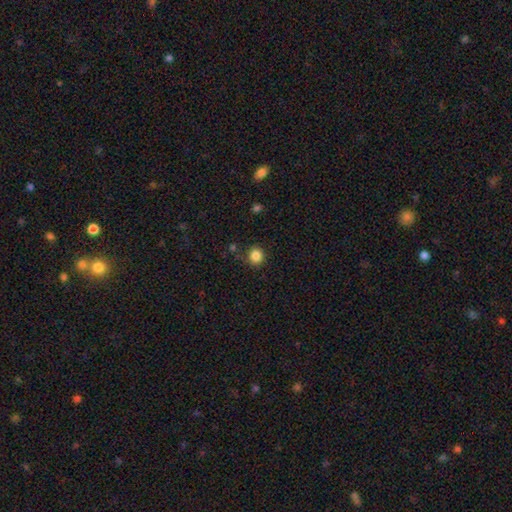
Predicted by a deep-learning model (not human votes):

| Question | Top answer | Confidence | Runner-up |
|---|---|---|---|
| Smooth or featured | smooth | 85% | star or artifact (11%) |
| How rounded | round | 88% | in between (11%) |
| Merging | none | 87% | minor disturbance (8%) |